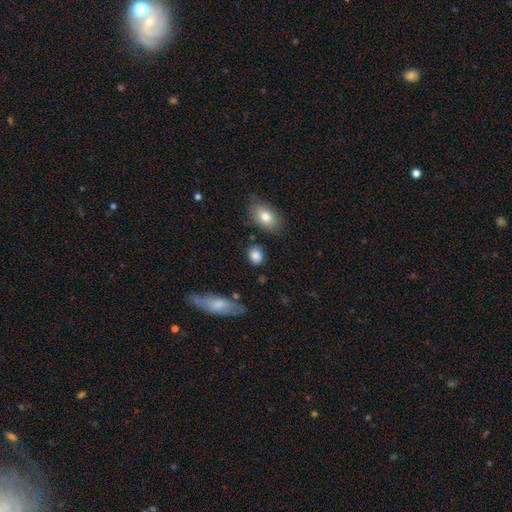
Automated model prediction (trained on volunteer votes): Smooth or featured: smooth — 85% (star or artifact — 9%)
How rounded: in between — 51% (round — 47%)
Merging: none — 79% (minor disturbance — 13%)